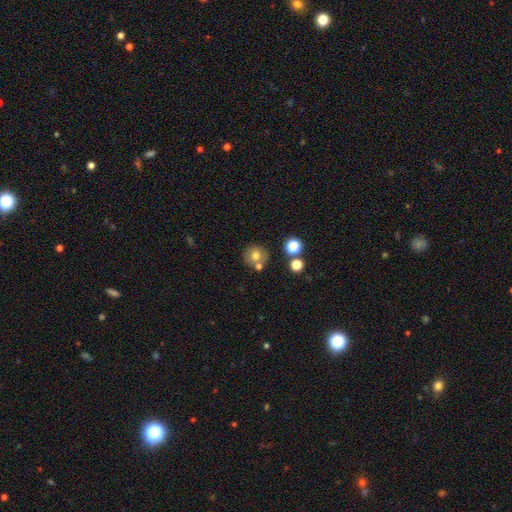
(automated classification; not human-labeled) The model was most divided on "merging": none: 67%, merger: 20%, minor disturbance: 10%, major disturbance: 3%. More confident: how rounded — round (90%); smooth or featured — smooth (71%).